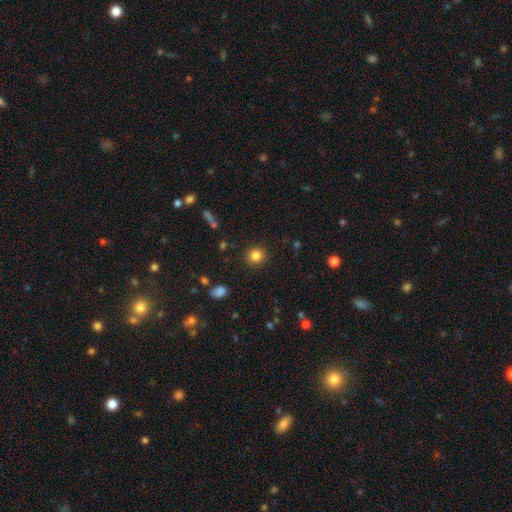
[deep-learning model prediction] The model was most divided on "smooth or featured": smooth: 84%, star or artifact: 11%, featured or disk: 5%. More confident: how rounded — round (91%); merging — none (91%).